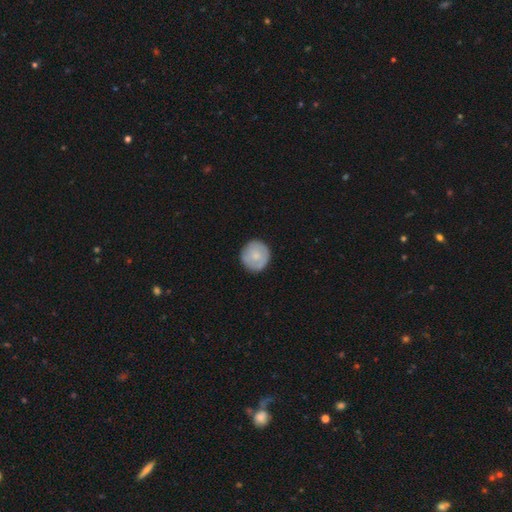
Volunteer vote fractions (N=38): This appears to be a smooth galaxy with no disk features (74%) that is round (100%). Merging: none (77%).